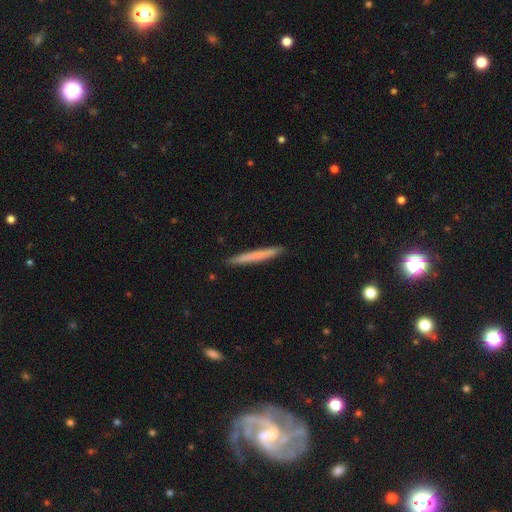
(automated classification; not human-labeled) A smooth galaxy with no disk features (69%) that is cigar-shaped (97%).

Vote fractions:
- Smooth or featured? smooth: 69% / featured or disk: 25% / star or artifact: 6%
- How rounded? cigar-shaped: 97% / in between: 2% / round: 1%
- Merging? none: 92% / minor disturbance: 6% / major disturbance: 1% / merger: 1%